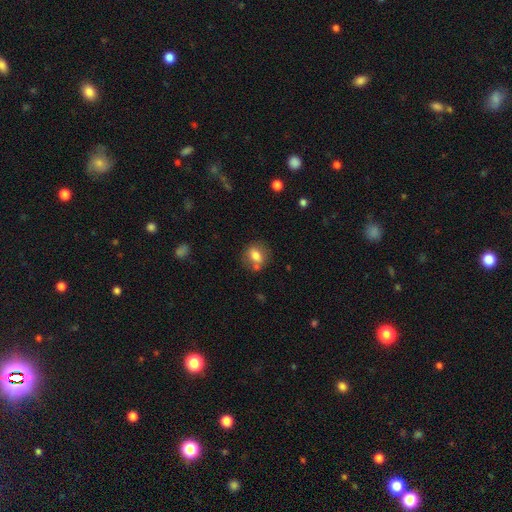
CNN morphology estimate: smooth 74%, featured or disk 17%, star or artifact 9%. Down the decision tree: how rounded — round (49%, tied with in between); merging — none (67%).